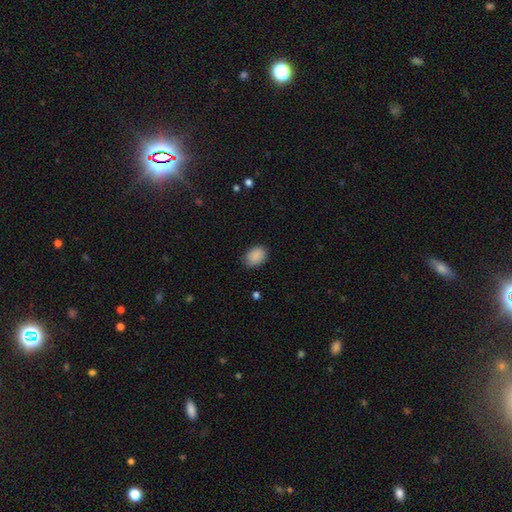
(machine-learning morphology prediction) Smooth or featured?
  - smooth: 88% *
  - star or artifact: 7%
  - featured or disk: 4%
How rounded?
  - in between: 70% *
  - round: 29%
  - cigar-shaped: 1%
Merging?
  - none: 81% *
  - minor disturbance: 15%
  - major disturbance: 3%
  - merger: 1%